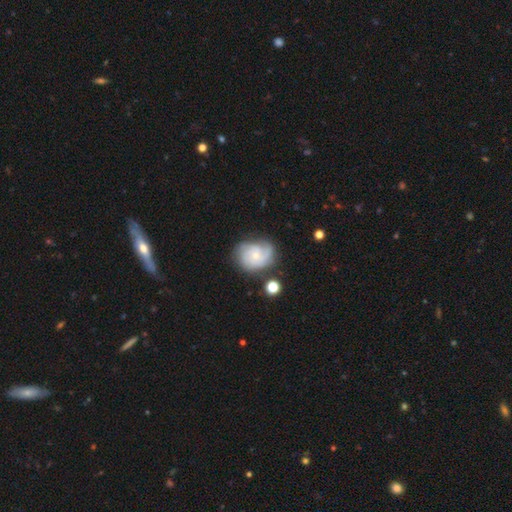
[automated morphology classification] Q: Smooth or featured?
A: featured or disk (74%); runner-up: smooth (19%)
Q: Edge-on disk?
A: no (98%); runner-up: yes (2%)
Q: Bar?
A: no (75%); runner-up: weak (22%)
Q: Spiral arms?
A: yes (93%); runner-up: no (7%)
Q: Spiral winding?
A: tight (48%); runner-up: medium (38%)
Q: Spiral arm count?
A: 3 (33%); runner-up: can't tell (25%)
Q: Bulge size?
A: small (70%); runner-up: moderate (25%)
Q: Merging?
A: none (63%); runner-up: minor disturbance (22%)